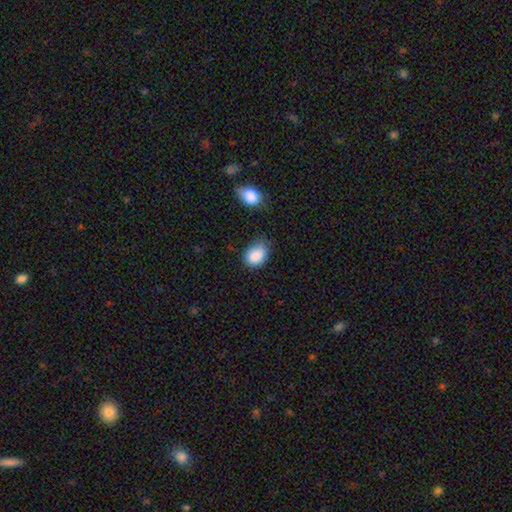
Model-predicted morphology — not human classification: Smooth or featured?
  - smooth: 87% *
  - star or artifact: 8%
  - featured or disk: 5%
How rounded?
  - in between: 71% *
  - round: 28%
  - cigar-shaped: 1%
Merging?
  - none: 62% *
  - minor disturbance: 29%
  - major disturbance: 5%
  - merger: 4%